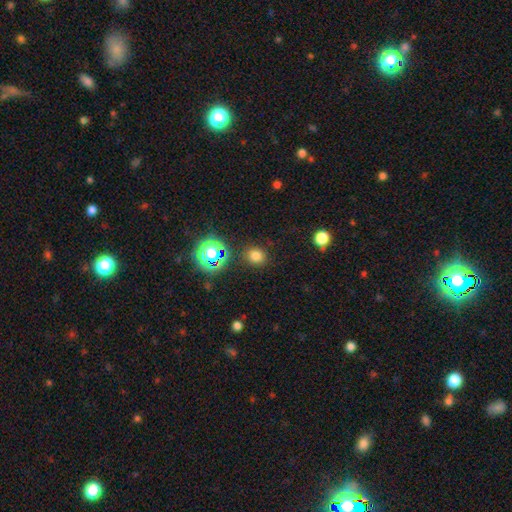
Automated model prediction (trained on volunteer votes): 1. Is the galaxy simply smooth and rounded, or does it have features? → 74% smooth, 21% star or artifact, 5% featured or disk.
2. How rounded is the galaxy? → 83% round, 16% in between, 1% cigar-shaped.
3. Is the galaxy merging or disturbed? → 87% none, 8% minor disturbance, 3% major disturbance, 2% merger.